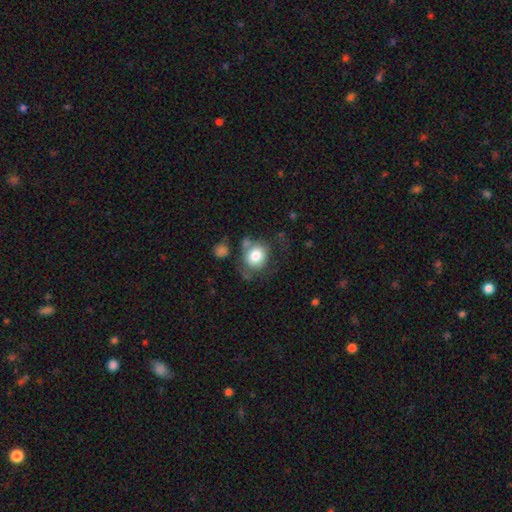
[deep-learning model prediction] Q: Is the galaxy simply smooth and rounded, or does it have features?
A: smooth — 78%.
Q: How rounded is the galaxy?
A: round — 73%.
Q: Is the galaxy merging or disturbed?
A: none — 54%.